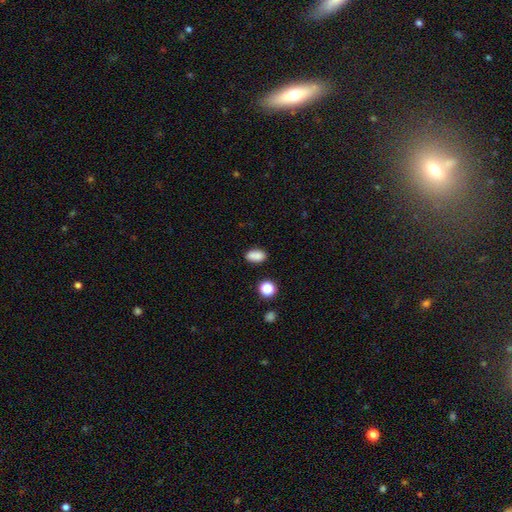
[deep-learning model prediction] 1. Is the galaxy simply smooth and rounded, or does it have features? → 84% smooth, 10% star or artifact, 5% featured or disk.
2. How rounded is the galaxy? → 87% in between, 9% round, 4% cigar-shaped.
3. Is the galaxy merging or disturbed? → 80% none, 13% minor disturbance, 5% merger, 3% major disturbance.